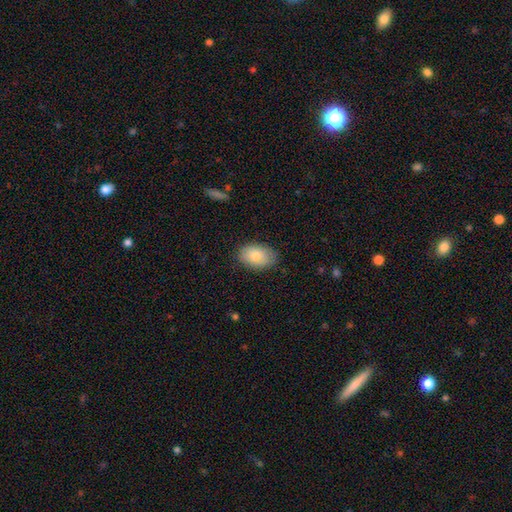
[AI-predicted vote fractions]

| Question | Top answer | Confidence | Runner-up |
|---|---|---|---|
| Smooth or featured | smooth | 82% | featured or disk (11%) |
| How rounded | in between | 89% | round (10%) |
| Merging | none | 84% | minor disturbance (13%) |